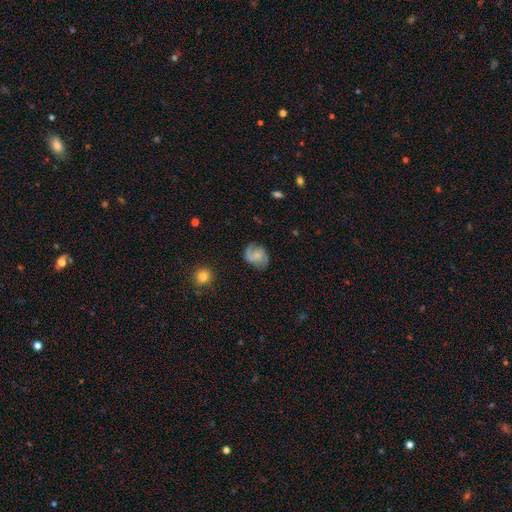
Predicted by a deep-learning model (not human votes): The model was most divided on "bulge size": small: 42%, none: 30%, moderate: 22%, large: 4%, dominant: 2%. More confident: edge-on disk — no (97%); spiral arms — yes (90%); bar — no (67%); merging — none (63%); smooth or featured — featured or disk (54%).